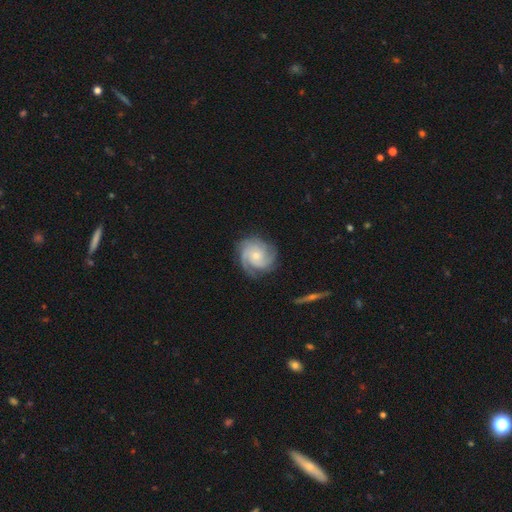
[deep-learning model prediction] Q: Smooth or featured?
A: featured or disk (87%); runner-up: smooth (8%)
Q: Edge-on disk?
A: no (98%); runner-up: yes (2%)
Q: Bar?
A: no (74%); runner-up: weak (23%)
Q: Spiral arms?
A: yes (98%); runner-up: no (2%)
Q: Spiral winding?
A: tight (58%); runner-up: medium (35%)
Q: Spiral arm count?
A: 3 (53%); runner-up: 2 (14%)
Q: Bulge size?
A: small (63%); runner-up: moderate (32%)
Q: Merging?
A: none (78%); runner-up: minor disturbance (16%)